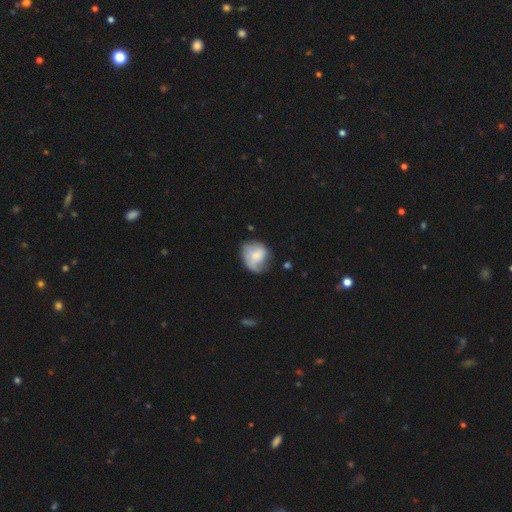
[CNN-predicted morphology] smooth_or_featured: smooth (p=0.52) [alt: featured or disk p=0.41]
how_rounded: round (p=0.64) [alt: in between p=0.35]
merging: none (p=0.48) [alt: minor disturbance p=0.32]